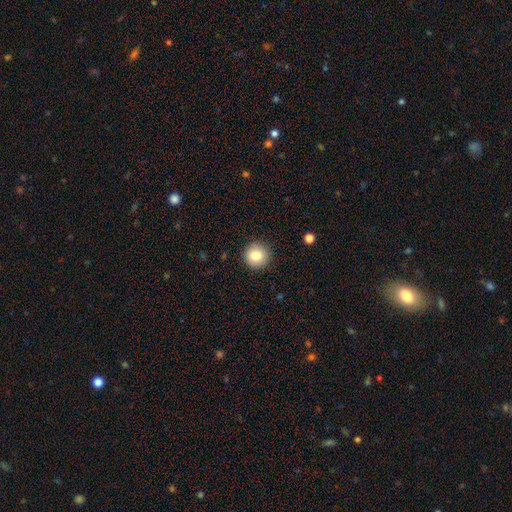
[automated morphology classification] Q: Smooth or featured?
A: smooth (82%); runner-up: star or artifact (9%)
Q: How rounded?
A: round (95%); runner-up: in between (4%)
Q: Merging?
A: none (91%); runner-up: minor disturbance (6%)